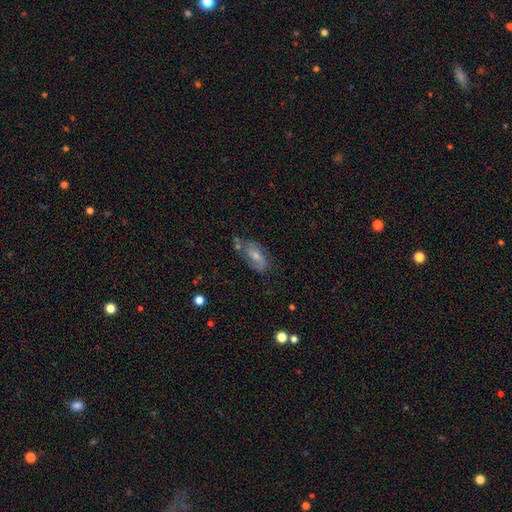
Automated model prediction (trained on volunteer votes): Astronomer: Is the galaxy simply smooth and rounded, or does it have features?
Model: featured or disk — 61%.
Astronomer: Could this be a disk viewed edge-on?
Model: no — 90%.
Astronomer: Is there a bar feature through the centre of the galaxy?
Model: no — 47% (runner-up: weak, 41%).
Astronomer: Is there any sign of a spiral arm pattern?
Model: yes — 81%.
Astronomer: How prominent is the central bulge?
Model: moderate — 52% (runner-up: small, 41%).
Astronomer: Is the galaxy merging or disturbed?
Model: none — 60%.